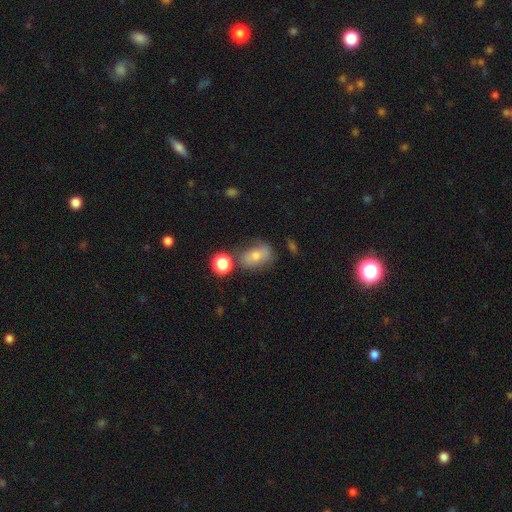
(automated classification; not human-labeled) This is likely a smooth galaxy (65%). How rounded: likely in between (74%). Merging: possibly none (58%).